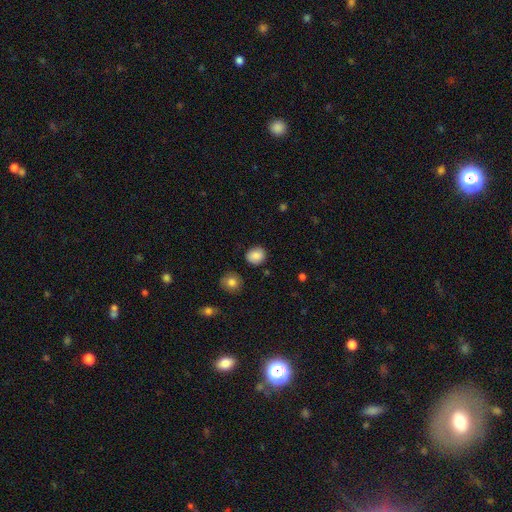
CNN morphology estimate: Smooth or featured? smooth (85%)
How rounded? round (78%)
Merging? none (86%)